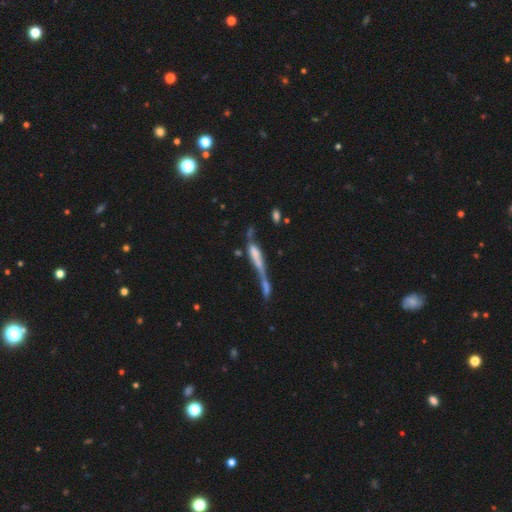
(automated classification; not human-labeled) Q: Smooth or featured?
A: smooth (46%); runner-up: featured or disk (42%)
Q: Merging?
A: merger (55%); runner-up: major disturbance (19%)